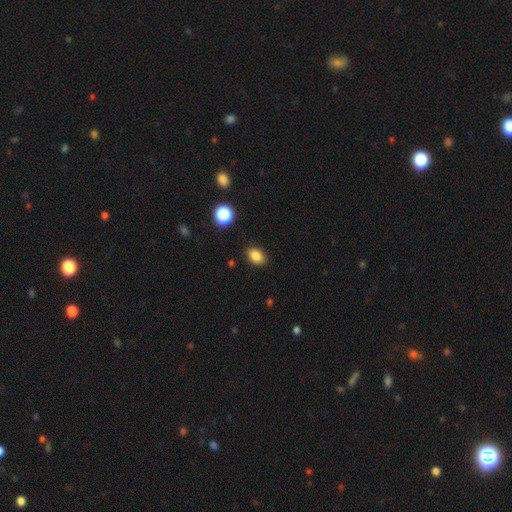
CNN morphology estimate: smooth 85%, star or artifact 11%, featured or disk 4%. Down the decision tree: how rounded — in between (72%); merging — none (88%).